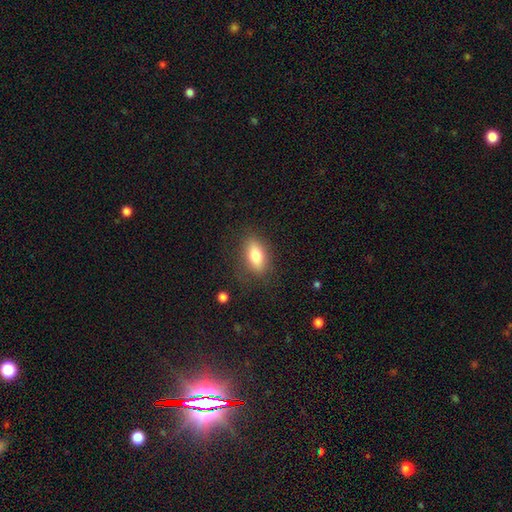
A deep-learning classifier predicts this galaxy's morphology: type=smooth (76%); roundness=in between (82%); merging=none (81%).